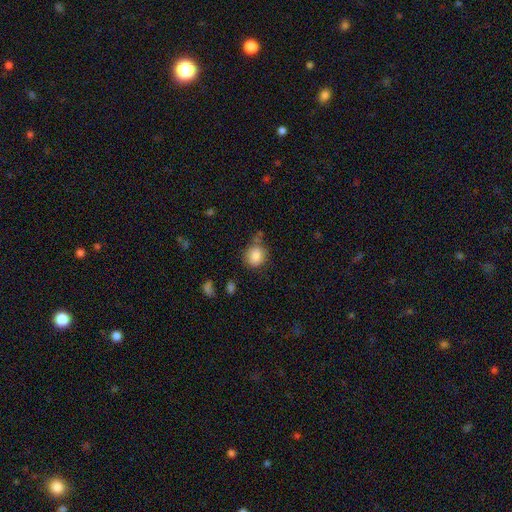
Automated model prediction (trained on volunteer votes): Smooth or featured?
  - smooth: 86% *
  - star or artifact: 9%
  - featured or disk: 6%
How rounded?
  - round: 76% *
  - in between: 23%
  - cigar-shaped: 1%
Merging?
  - none: 68% *
  - minor disturbance: 20%
  - merger: 6%
  - major disturbance: 6%